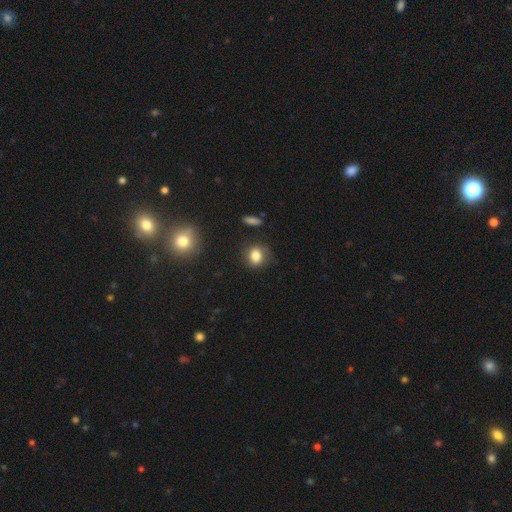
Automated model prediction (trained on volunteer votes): The model was most divided on "how rounded": round: 62%, in between: 36%, cigar-shaped: 2%. More confident: smooth or featured — smooth (82%); merging — none (78%).